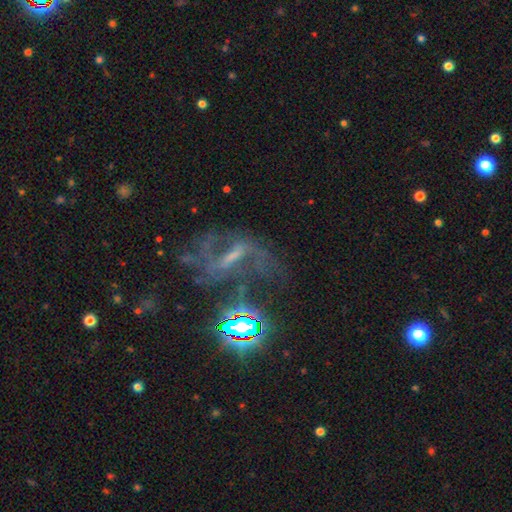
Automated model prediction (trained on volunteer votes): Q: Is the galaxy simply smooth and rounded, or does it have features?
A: featured or disk — 58%.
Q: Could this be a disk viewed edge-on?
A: no — 91%.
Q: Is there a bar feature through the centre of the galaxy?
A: strong — 41%.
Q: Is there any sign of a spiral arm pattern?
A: yes — 73%.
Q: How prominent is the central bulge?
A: small — 50%.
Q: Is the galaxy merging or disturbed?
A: none — 46%.